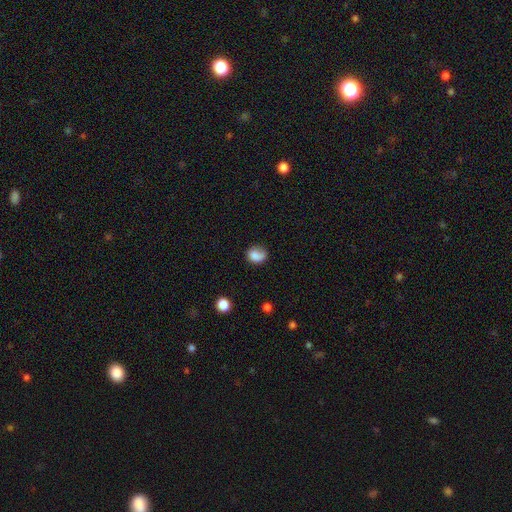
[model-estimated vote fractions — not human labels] Overall: smooth (80%). How rounded: round (61%; in between 38%). Merging: none (58%; minor disturbance 26%).